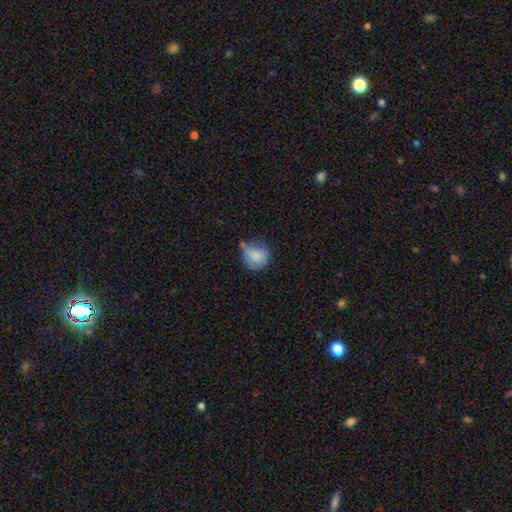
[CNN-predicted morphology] Q: Smooth or featured?
A: smooth (79%); runner-up: featured or disk (13%)
Q: How rounded?
A: round (79%); runner-up: in between (20%)
Q: Merging?
A: none (54%); runner-up: minor disturbance (30%)